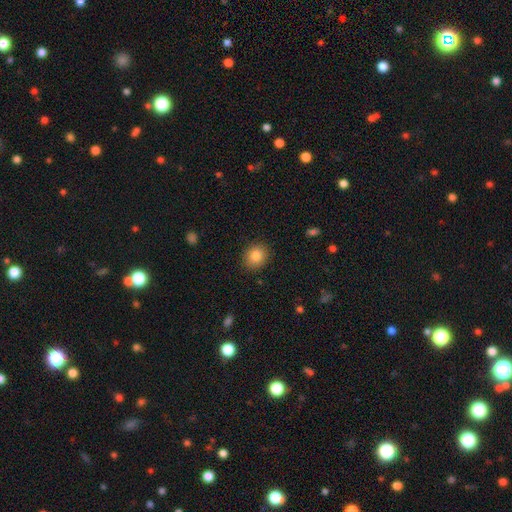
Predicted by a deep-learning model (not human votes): smooth 85%, star or artifact 9%, featured or disk 6%. Down the decision tree: how rounded — round (74%); merging — none (89%).